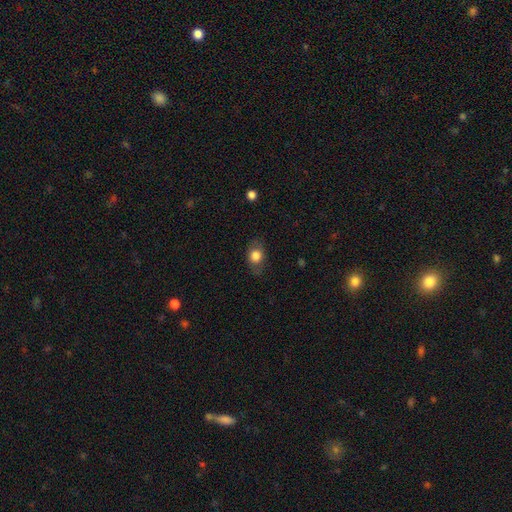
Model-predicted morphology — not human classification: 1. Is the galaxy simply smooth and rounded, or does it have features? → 77% smooth, 15% featured or disk, 8% star or artifact.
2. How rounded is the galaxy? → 66% in between, 32% round, 2% cigar-shaped.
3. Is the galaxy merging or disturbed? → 75% none, 17% minor disturbance, 6% major disturbance, 1% merger.